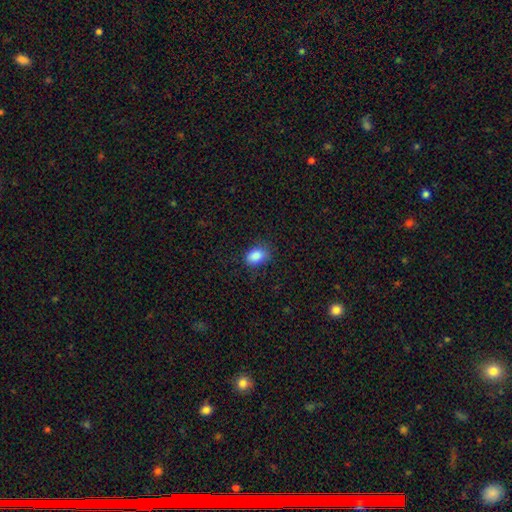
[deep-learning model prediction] Smooth or featured: smooth — 86% (star or artifact — 9%)
How rounded: in between — 80% (round — 19%)
Merging: none — 74% (minor disturbance — 20%)